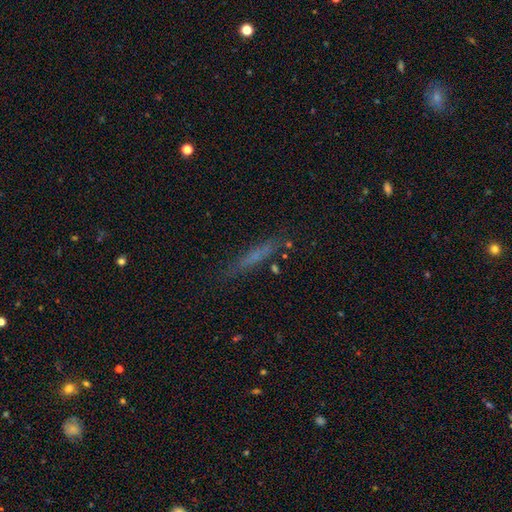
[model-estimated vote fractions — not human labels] A smooth galaxy with no disk features (58%) that is cigar-shaped (90%). Merging: none (80%).